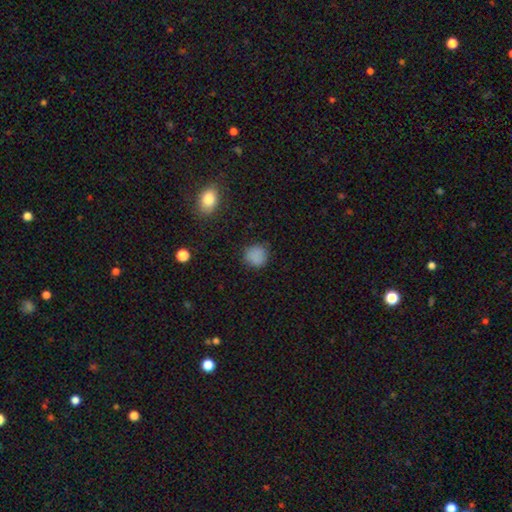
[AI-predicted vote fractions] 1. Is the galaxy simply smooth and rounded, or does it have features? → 83% smooth, 13% star or artifact, 5% featured or disk.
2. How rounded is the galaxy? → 87% round, 12% in between, 1% cigar-shaped.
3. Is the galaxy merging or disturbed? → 81% none, 14% minor disturbance, 4% major disturbance, 2% merger.